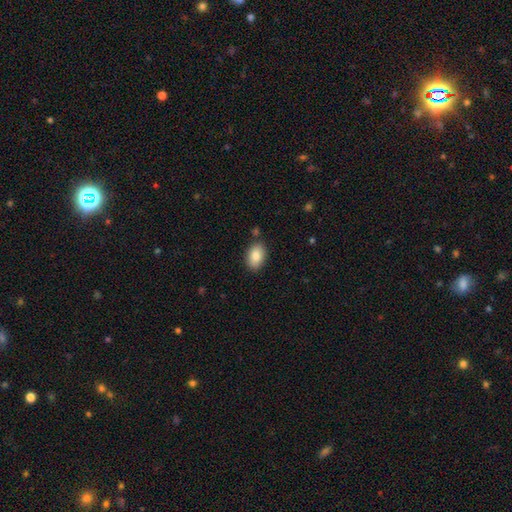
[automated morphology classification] smooth_or_featured: smooth (p=0.86) [alt: featured or disk p=0.07]
how_rounded: in between (p=0.89) [alt: round p=0.10]
merging: none (p=0.84) [alt: minor disturbance p=0.10]